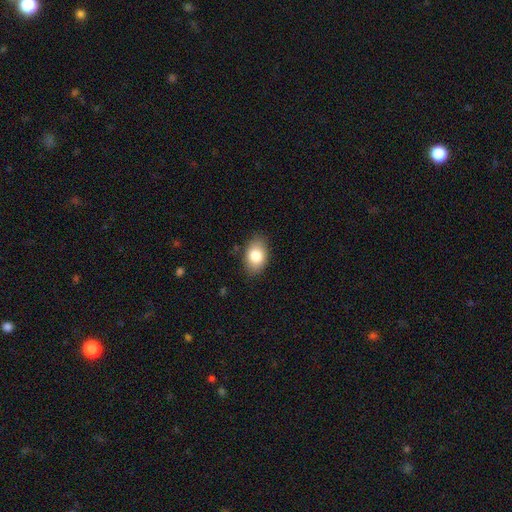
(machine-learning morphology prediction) type=smooth (82%); roundness=in between (86%); merging=none (83%).